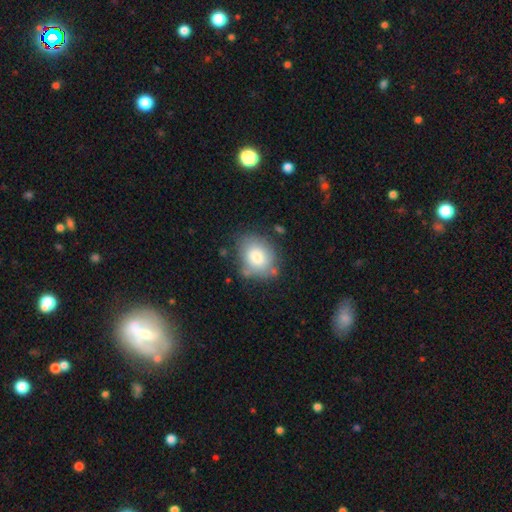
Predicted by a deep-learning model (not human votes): A smooth galaxy with no disk features (77%) that is round (50%).

Vote fractions:
- Smooth or featured? smooth: 77% / featured or disk: 15% / star or artifact: 8%
- How rounded? round: 50% / in between: 49% / cigar-shaped: 1%
- Merging? none: 66% / minor disturbance: 22% / major disturbance: 6% / merger: 6%